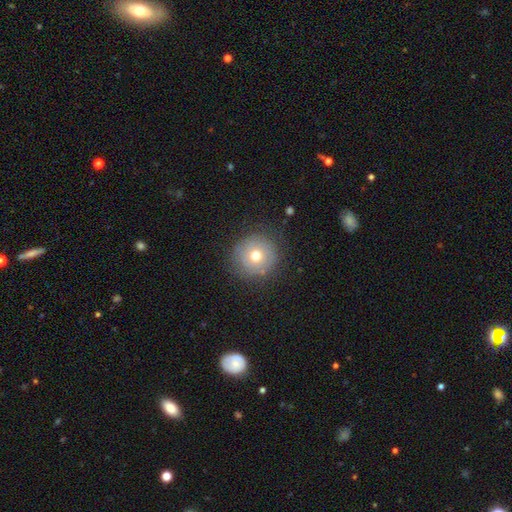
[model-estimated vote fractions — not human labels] smooth_or_featured: smooth (p=0.66) [alt: featured or disk p=0.22]
how_rounded: round (p=0.94) [alt: in between p=0.05]
merging: none (p=0.83) [alt: minor disturbance p=0.11]